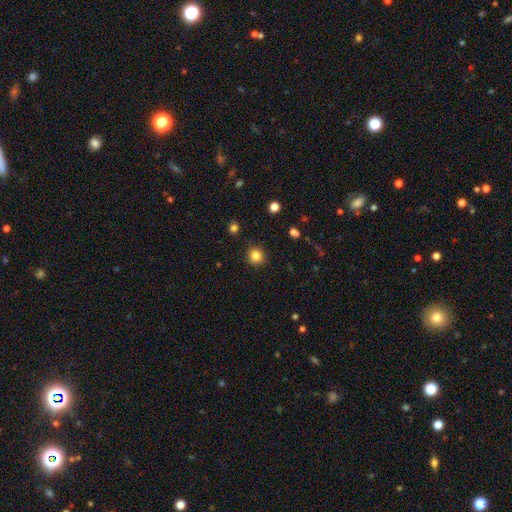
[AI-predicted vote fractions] Smooth or featured? smooth (84%)
How rounded? round (93%)
Merging? none (91%)